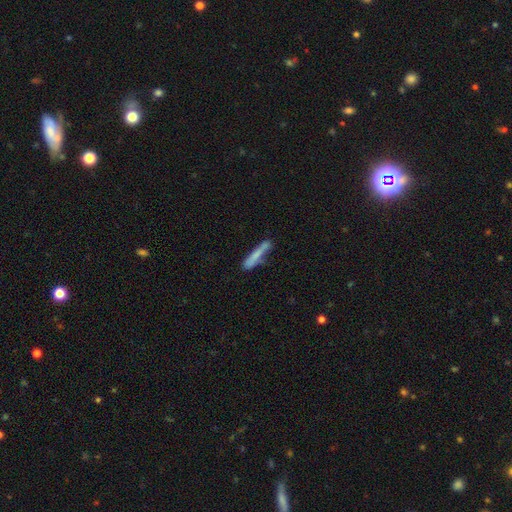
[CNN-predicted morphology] A smooth galaxy with no disk features (68%) that is cigar-shaped (92%).

Vote fractions:
- Smooth or featured? smooth: 68% / featured or disk: 25% / star or artifact: 7%
- How rounded? cigar-shaped: 92% / in between: 6% / round: 1%
- Merging? none: 63% / minor disturbance: 23% / merger: 7% / major disturbance: 7%